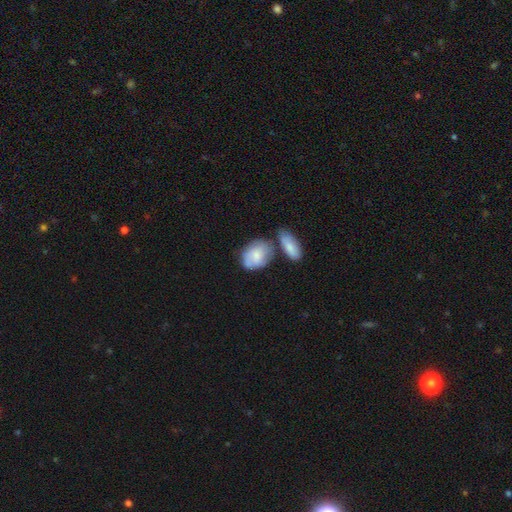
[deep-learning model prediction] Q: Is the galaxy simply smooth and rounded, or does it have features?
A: smooth — 68%.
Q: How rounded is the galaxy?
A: in between — 74%.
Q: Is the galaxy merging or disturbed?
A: none — 41%.